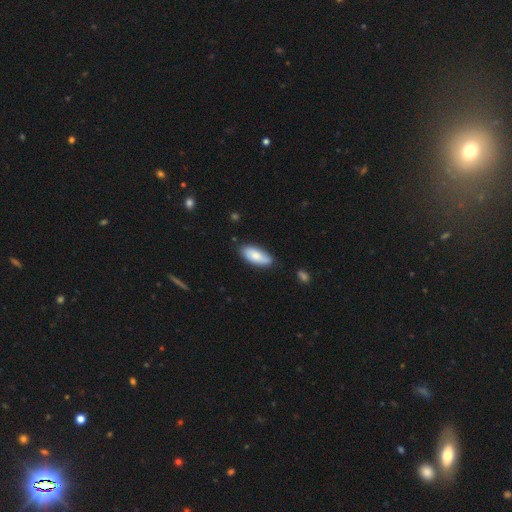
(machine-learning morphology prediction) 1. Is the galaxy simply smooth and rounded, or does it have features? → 78% smooth, 17% featured or disk, 6% star or artifact.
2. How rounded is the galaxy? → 86% in between, 12% cigar-shaped, 2% round.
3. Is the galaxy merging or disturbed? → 79% none, 17% minor disturbance, 2% major disturbance, 2% merger.